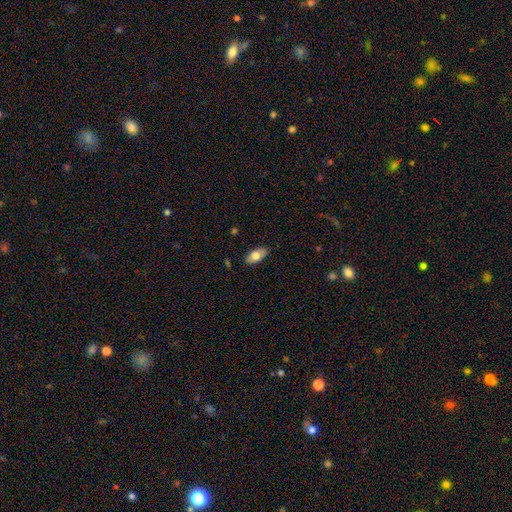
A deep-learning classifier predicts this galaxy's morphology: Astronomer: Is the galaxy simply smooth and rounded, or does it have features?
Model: smooth — 75%.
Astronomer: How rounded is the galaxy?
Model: in between — 92%.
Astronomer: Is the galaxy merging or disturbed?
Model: none — 86%.